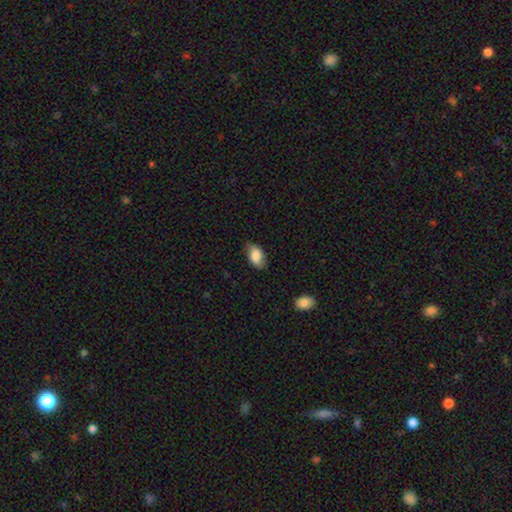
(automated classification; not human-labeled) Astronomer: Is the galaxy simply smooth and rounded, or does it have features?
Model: smooth — 78%.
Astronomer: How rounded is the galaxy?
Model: in between — 90%.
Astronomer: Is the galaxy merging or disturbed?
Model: none — 67%.